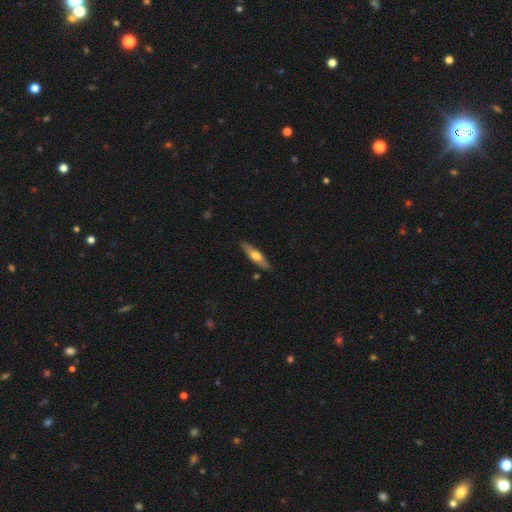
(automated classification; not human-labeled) This appears to be a smooth galaxy with no disk features (50%) that is cigar-shaped (67%). Merging: none (87%).